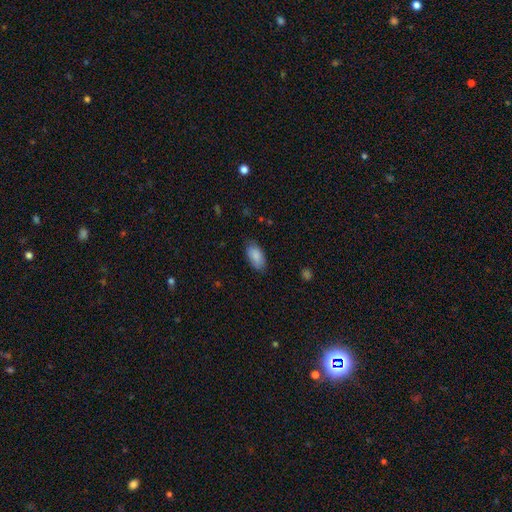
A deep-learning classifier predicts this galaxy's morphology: smooth 88%, featured or disk 6%, star or artifact 6%. Down the decision tree: how rounded — in between (94%); merging — none (80%).